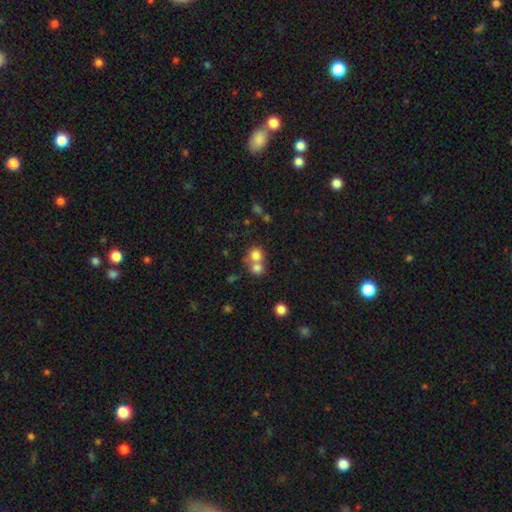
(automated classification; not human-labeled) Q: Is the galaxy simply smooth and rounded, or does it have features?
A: smooth — 77%.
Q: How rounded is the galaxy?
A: round — 84%.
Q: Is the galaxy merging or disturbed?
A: merger — 54%.